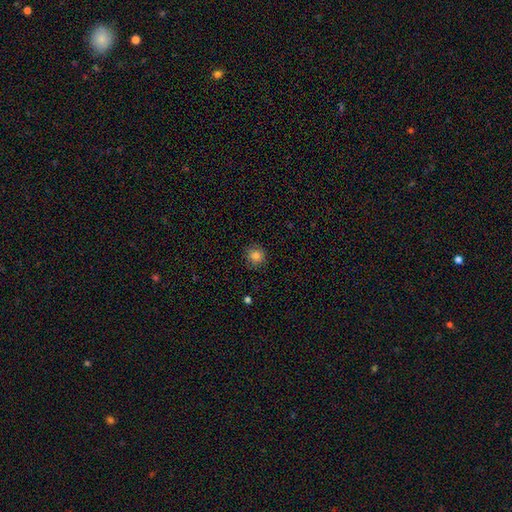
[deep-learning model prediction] Smooth or featured? smooth (83%)
How rounded? round (91%)
Merging? none (88%)